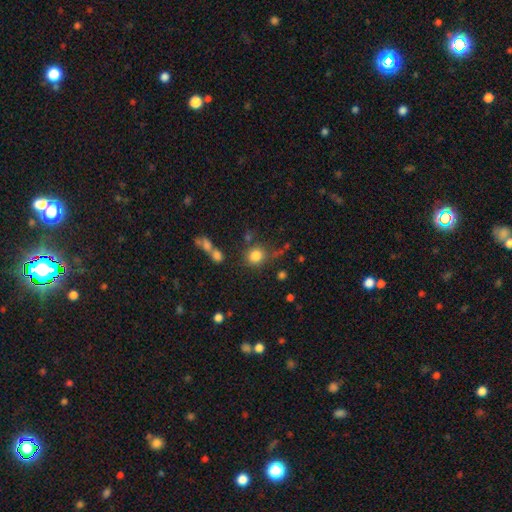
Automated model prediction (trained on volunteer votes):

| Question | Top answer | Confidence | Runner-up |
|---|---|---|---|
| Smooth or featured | smooth | 82% | star or artifact (12%) |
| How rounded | round | 87% | in between (12%) |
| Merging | none | 68% | minor disturbance (14%) |